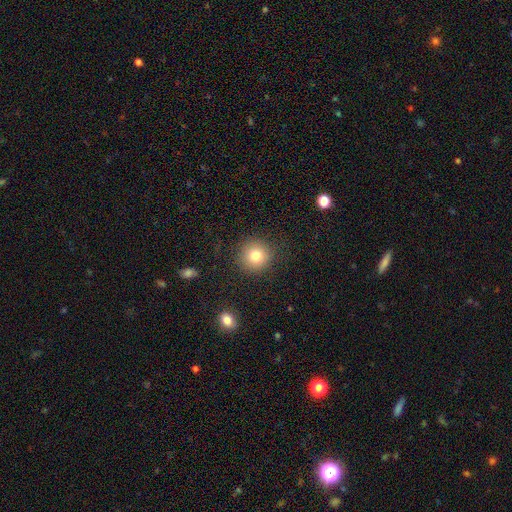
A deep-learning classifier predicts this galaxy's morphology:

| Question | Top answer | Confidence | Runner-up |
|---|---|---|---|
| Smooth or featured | smooth | 79% | star or artifact (11%) |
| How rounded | round | 94% | in between (6%) |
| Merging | none | 89% | minor disturbance (7%) |